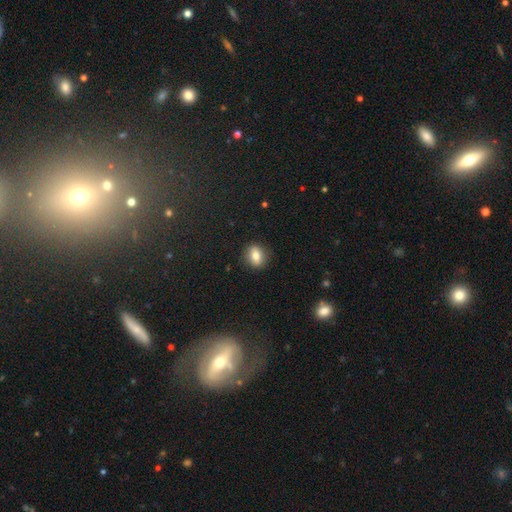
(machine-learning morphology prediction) This appears to be a smooth galaxy with no disk features (75%) that is in between round and cigar-shaped (50%). Merging: none (87%).